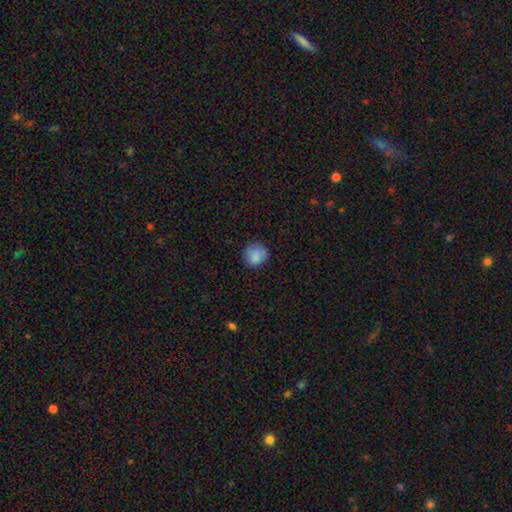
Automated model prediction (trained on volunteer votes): Smooth or featured?
  - smooth: 85% *
  - star or artifact: 9%
  - featured or disk: 6%
How rounded?
  - round: 86% *
  - in between: 13%
  - cigar-shaped: 1%
Merging?
  - none: 79% *
  - minor disturbance: 16%
  - major disturbance: 4%
  - merger: 1%